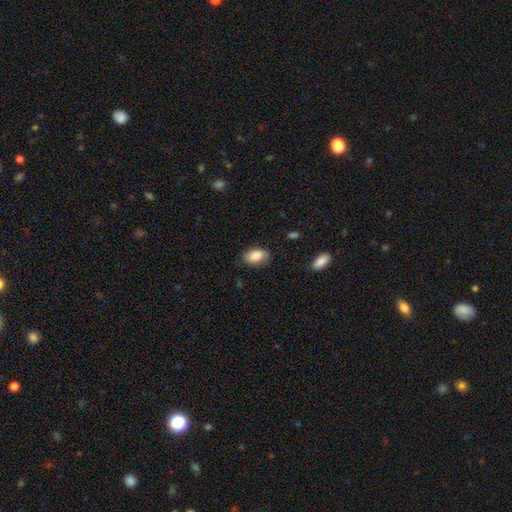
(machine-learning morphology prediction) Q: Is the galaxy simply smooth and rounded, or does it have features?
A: smooth — 87%.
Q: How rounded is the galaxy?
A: in between — 90%.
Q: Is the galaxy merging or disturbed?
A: none — 78%.